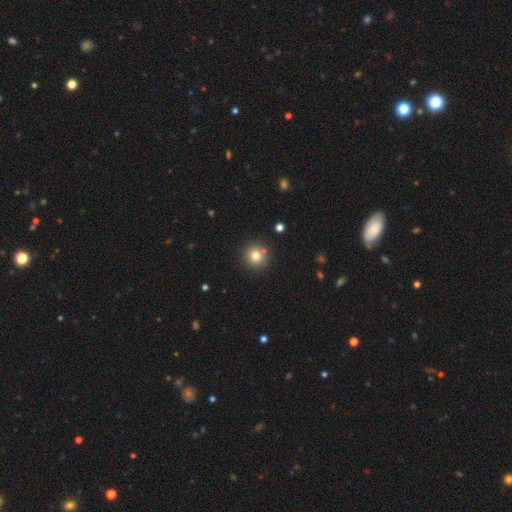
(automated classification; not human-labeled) smooth 78%, star or artifact 13%, featured or disk 9%. Down the decision tree: how rounded — round (93%); merging — none (82%).